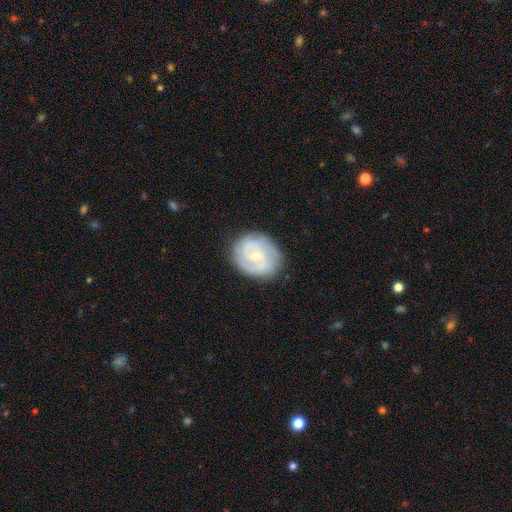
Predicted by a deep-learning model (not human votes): Morphology: type=featured or disk (77%); edge-on=no (98%); bar=no (51%); spiral arms=yes (92%); winding=tight (56%); arm count=2 (53%); bulge=small (69%); merging=none (79%).